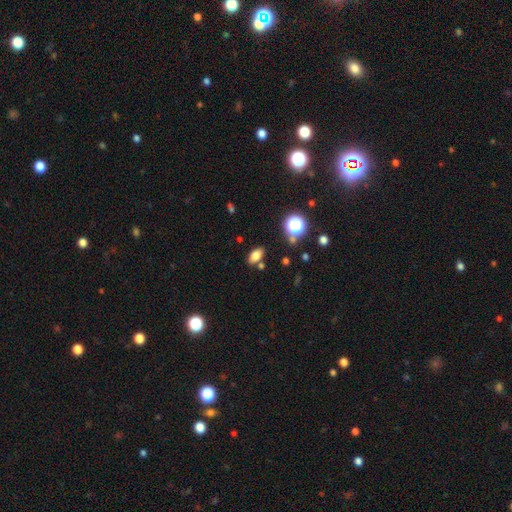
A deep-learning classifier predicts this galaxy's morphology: type=smooth (77%); roundness=in between (86%); merging=none (80%).